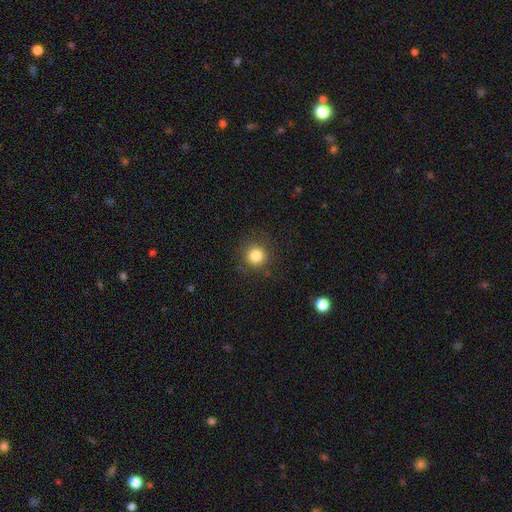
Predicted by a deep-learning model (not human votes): A smooth galaxy with no disk features (83%) that is round (94%). Merging: none (87%).